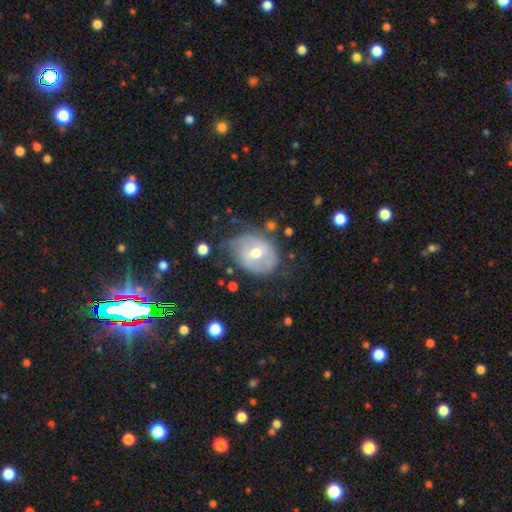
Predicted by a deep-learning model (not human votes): Morphology: type=featured or disk (59%); edge-on=no (95%); bar=weak (43%); spiral arms=yes (62%); bulge=moderate (65%); merging=none (57%).